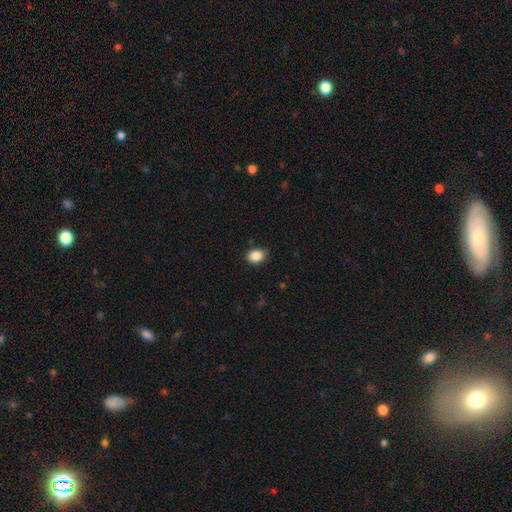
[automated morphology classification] smooth-or-featured: smooth: 88% | star or artifact: 9% | featured or disk: 3%
  how-rounded: in between: 53% | round: 46% | cigar-shaped: 1%
  merging: none: 83% | minor disturbance: 13% | major disturbance: 2% | merger: 1%